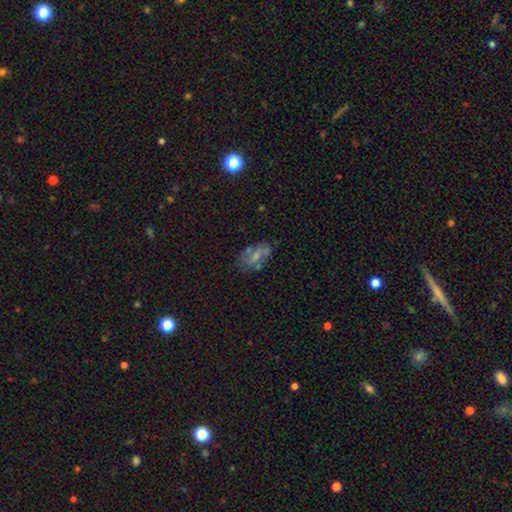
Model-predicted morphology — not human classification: This is possibly a featured or disk galaxy (47%). Merging: possibly none (52%).